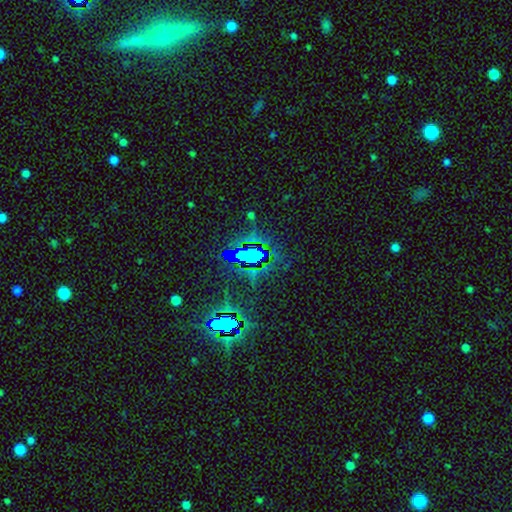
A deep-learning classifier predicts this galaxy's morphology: smooth_or_featured: star or artifact (p=0.73) [alt: smooth p=0.15]